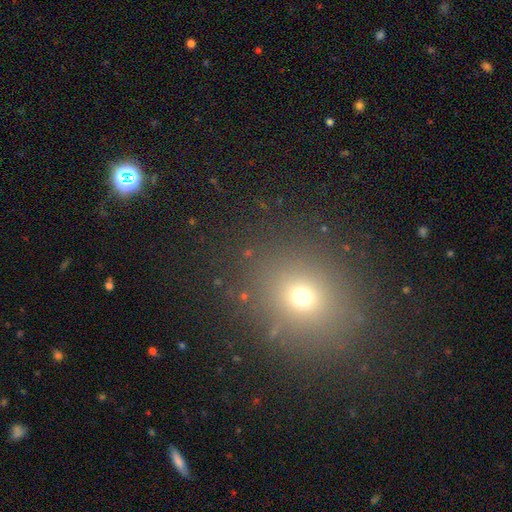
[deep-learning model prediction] This is likely a smooth galaxy (63%). How rounded: likely round (72%). Merging: clearly none (87%).